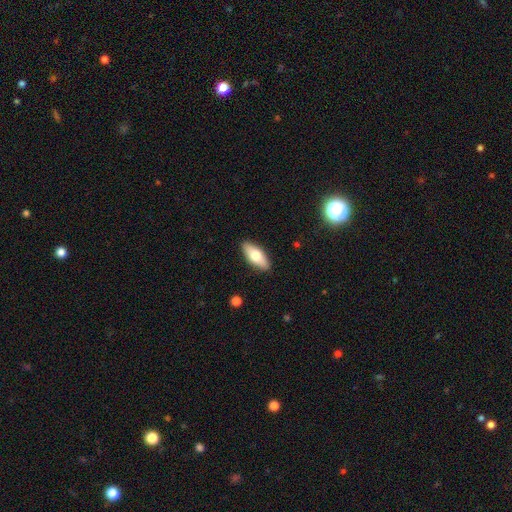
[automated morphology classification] type=smooth (69%); roundness=in between (79%); merging=none (89%).